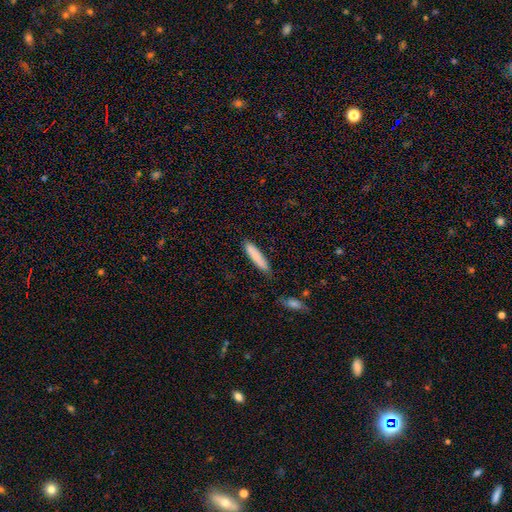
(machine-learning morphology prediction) Smooth or featured? Predicted: smooth (p=0.83). How rounded? Predicted: cigar-shaped (p=0.84). Merging? Predicted: none (p=0.79).